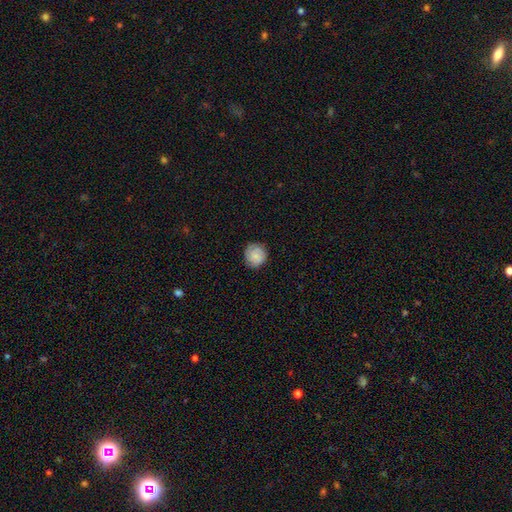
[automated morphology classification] Smooth or featured?
  - smooth: 67% *
  - featured or disk: 25%
  - star or artifact: 8%
How rounded?
  - round: 89% *
  - in between: 10%
  - cigar-shaped: 1%
Merging?
  - none: 84% *
  - minor disturbance: 13%
  - major disturbance: 3%
  - merger: 1%